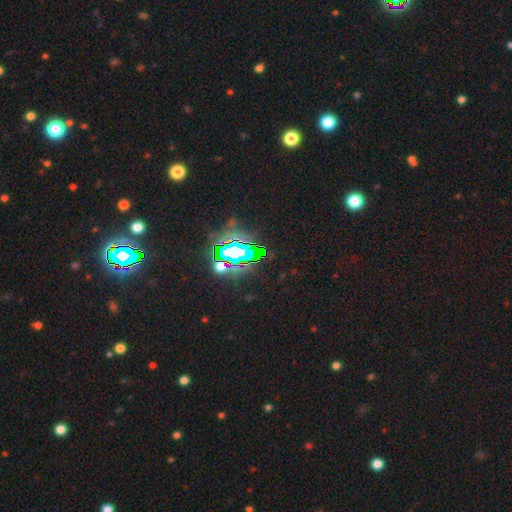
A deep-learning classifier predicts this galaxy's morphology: Smooth or featured: star or artifact — 83% (smooth — 9%)